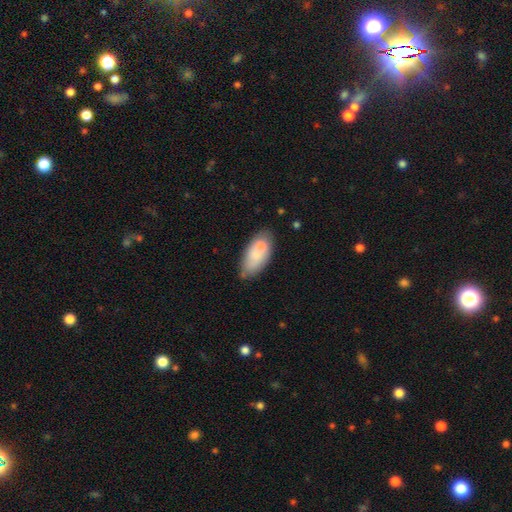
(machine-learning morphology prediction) The model was most divided on "merging": none: 51%, minor disturbance: 24%, merger: 18%, major disturbance: 8%. More confident: how rounded — in between (91%); smooth or featured — smooth (71%).